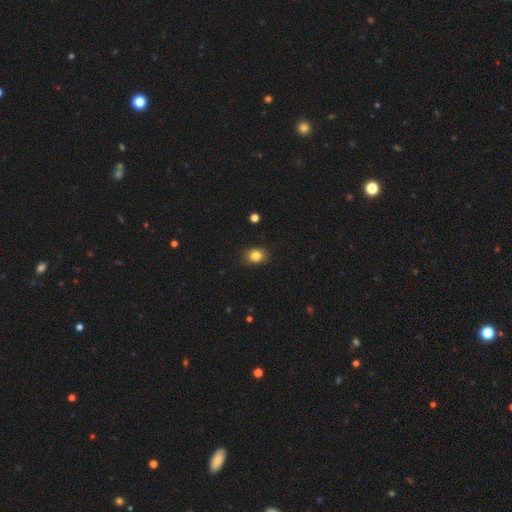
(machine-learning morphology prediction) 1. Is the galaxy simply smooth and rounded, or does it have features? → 84% smooth, 11% star or artifact, 5% featured or disk.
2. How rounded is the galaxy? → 51% round, 48% in between, 1% cigar-shaped.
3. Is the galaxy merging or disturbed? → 87% none, 10% minor disturbance, 2% major disturbance, 1% merger.